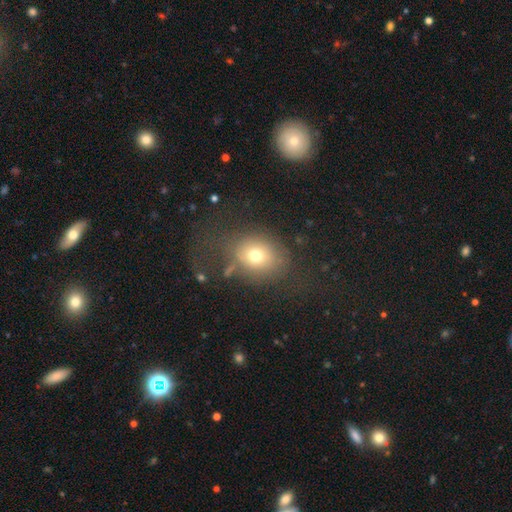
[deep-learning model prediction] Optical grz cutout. It shows a smooth galaxy with no disk features (70%) that is round (59%). Merging: none (57%).